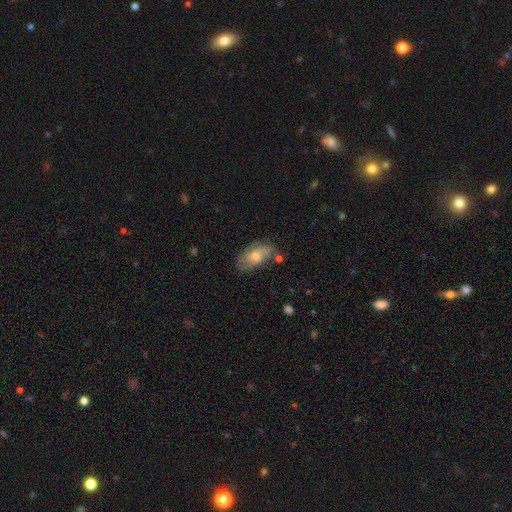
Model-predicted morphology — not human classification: Q: Smooth or featured?
A: smooth (52%); runner-up: featured or disk (39%)
Q: How rounded?
A: in between (89%); runner-up: cigar-shaped (5%)
Q: Merging?
A: none (66%); runner-up: minor disturbance (23%)